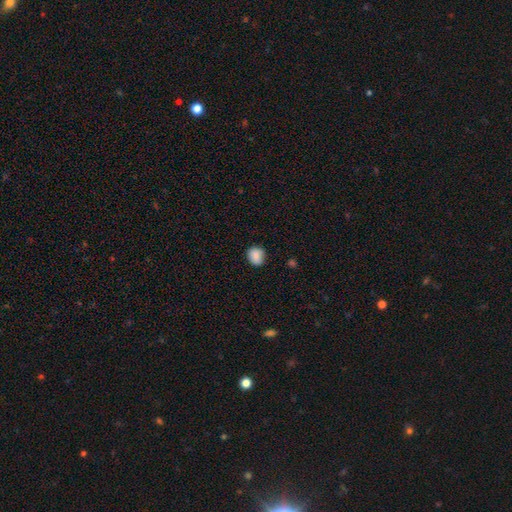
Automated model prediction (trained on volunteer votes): smooth-or-featured: smooth: 85% | star or artifact: 8% | featured or disk: 6%
  how-rounded: round: 77% | in between: 23% | cigar-shaped: 1%
  merging: none: 82% | minor disturbance: 14% | major disturbance: 3% | merger: 1%